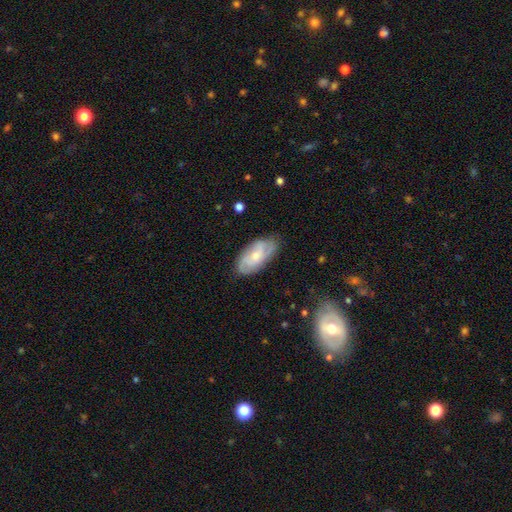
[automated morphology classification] A featured or disk galaxy (58%) with no bar (68%), spiral arms (84%) and a small central bulge (56%). Merging: none (74%).